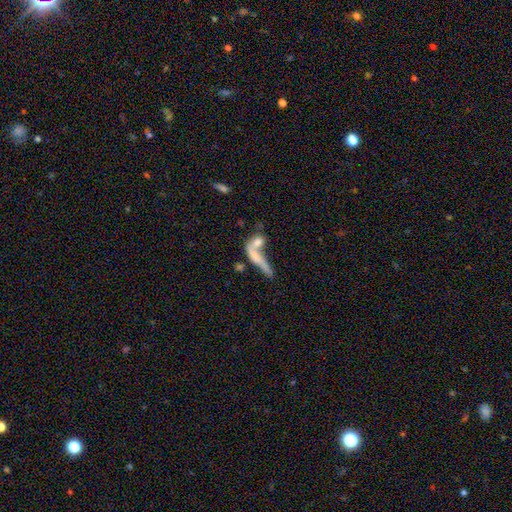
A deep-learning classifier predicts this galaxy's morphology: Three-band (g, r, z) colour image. It shows a smooth galaxy with no disk features (51%) that is cigar-shaped (63%). Merging: merger (54%).